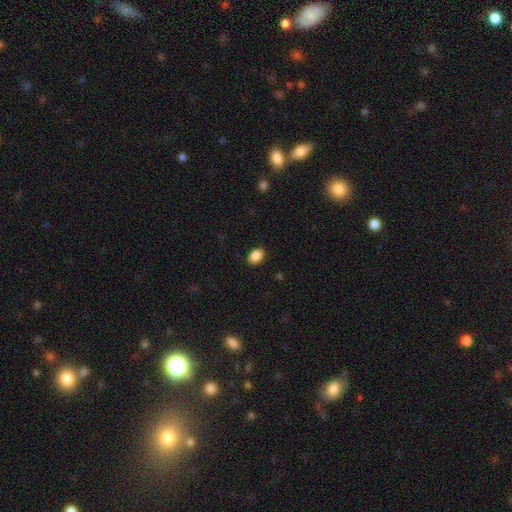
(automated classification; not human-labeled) A smooth galaxy with no disk features (89%) that is in between round and cigar-shaped (77%).

Vote fractions:
- Smooth or featured? smooth: 89% / star or artifact: 8% / featured or disk: 3%
- How rounded? in between: 77% / round: 22% / cigar-shaped: 1%
- Merging? none: 89% / minor disturbance: 8% / major disturbance: 2% / merger: 1%